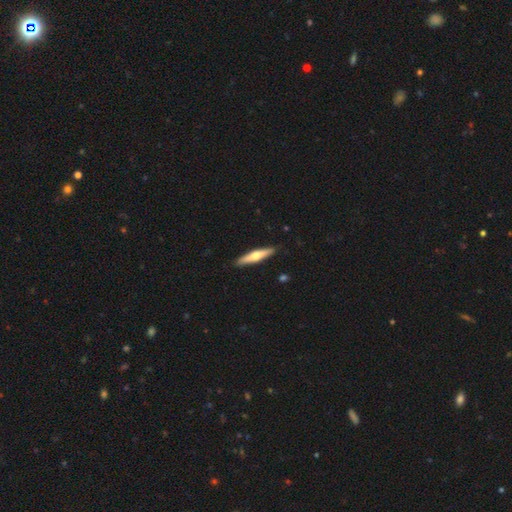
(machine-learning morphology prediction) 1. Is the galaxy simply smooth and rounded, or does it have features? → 52% featured or disk, 44% smooth, 5% star or artifact.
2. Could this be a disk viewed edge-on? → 94% yes, 6% no.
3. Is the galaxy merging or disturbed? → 91% none, 7% minor disturbance, 1% major disturbance, 1% merger.